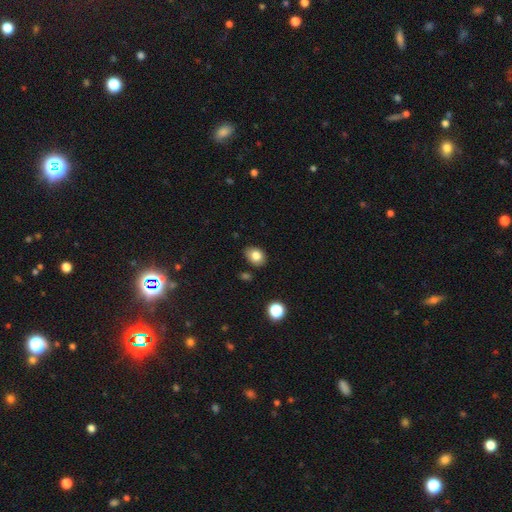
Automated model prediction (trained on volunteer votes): Overall: smooth (81%). How rounded: in between (61%; round 38%). Merging: none (81%).